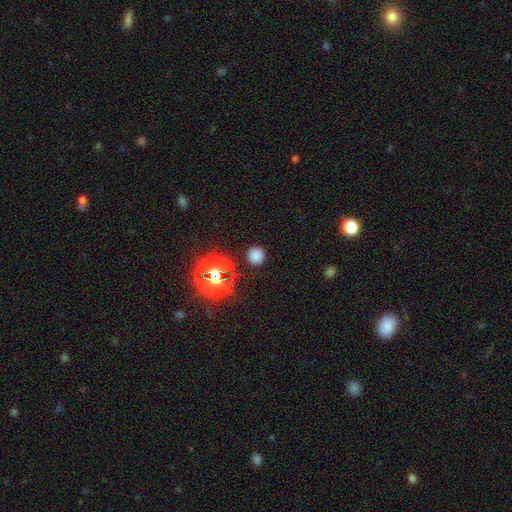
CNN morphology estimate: smooth_or_featured: smooth (p=0.75) [alt: star or artifact p=0.21]
how_rounded: round (p=0.90) [alt: in between p=0.09]
merging: none (p=0.89) [alt: minor disturbance p=0.07]